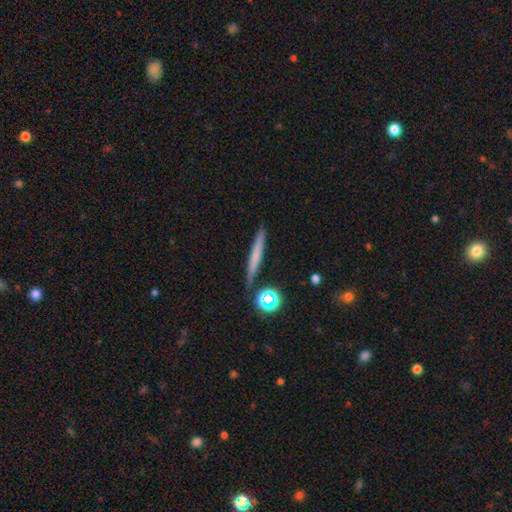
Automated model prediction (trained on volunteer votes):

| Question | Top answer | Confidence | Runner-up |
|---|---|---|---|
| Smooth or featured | smooth | 59% | featured or disk (32%) |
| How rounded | cigar-shaped | 93% | in between (4%) |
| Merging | none | 87% | minor disturbance (8%) |